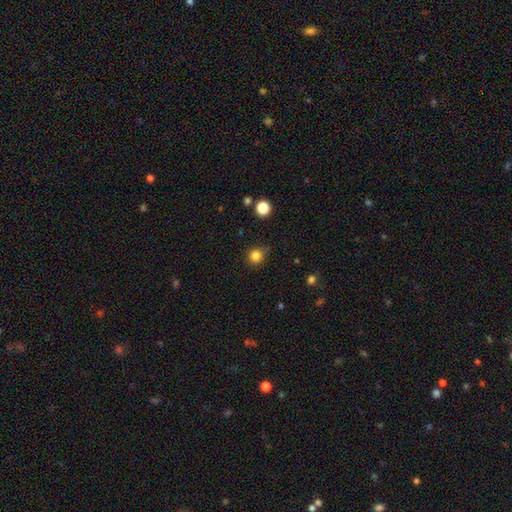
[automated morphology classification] type=smooth (83%); roundness=round (91%); merging=none (82%).